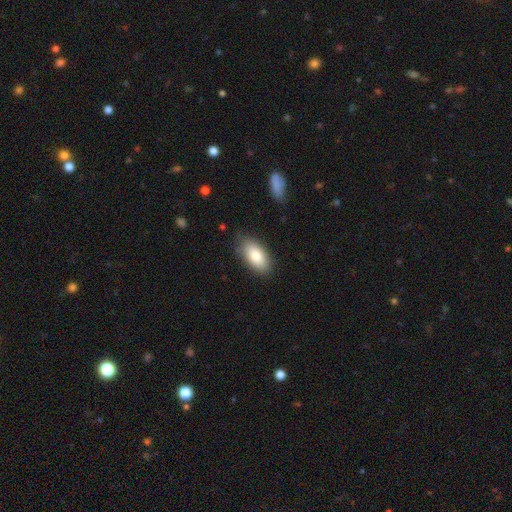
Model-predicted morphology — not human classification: smooth 82%, featured or disk 12%, star or artifact 7%. Down the decision tree: how rounded — in between (92%); merging — none (81%).